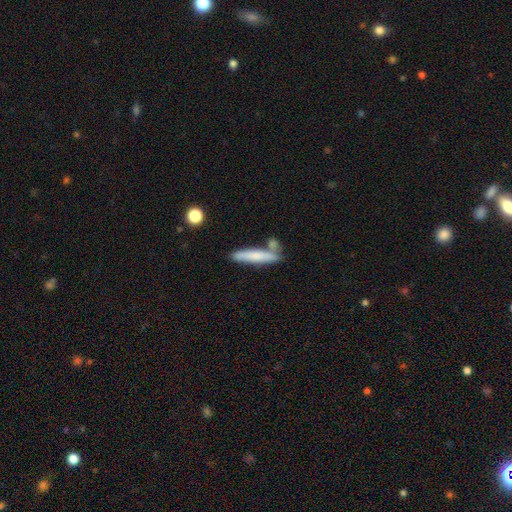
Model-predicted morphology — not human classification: Smooth or featured? smooth (70%)
How rounded? cigar-shaped (88%)
Merging? none (64%)